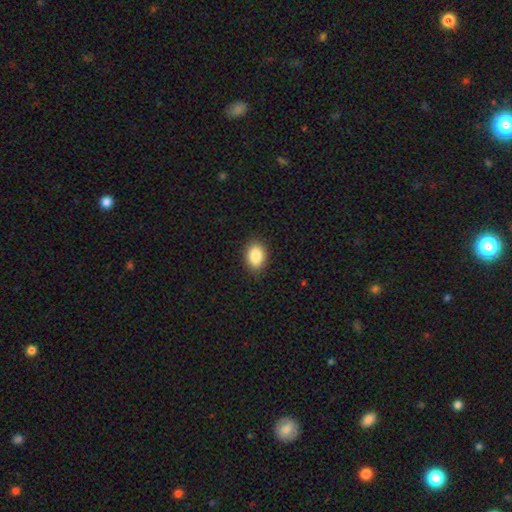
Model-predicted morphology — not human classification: A smooth galaxy with no disk features (88%) that is in between round and cigar-shaped (75%). Merging: none (88%).